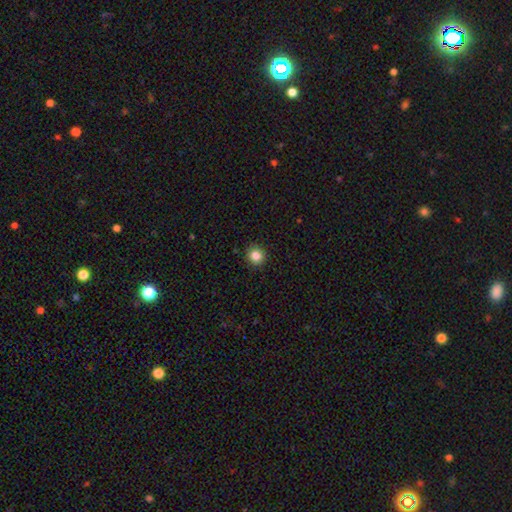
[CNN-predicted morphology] Smooth or featured? Predicted: smooth (p=0.84). How rounded? Predicted: round (p=0.91). Merging? Predicted: none (p=0.91).